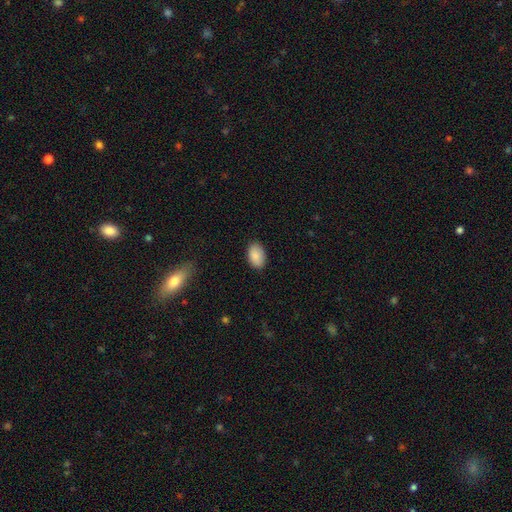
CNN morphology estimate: smooth_or_featured: smooth (p=0.90) [alt: star or artifact p=0.07]
how_rounded: in between (p=0.92) [alt: round p=0.07]
merging: none (p=0.88) [alt: minor disturbance p=0.09]